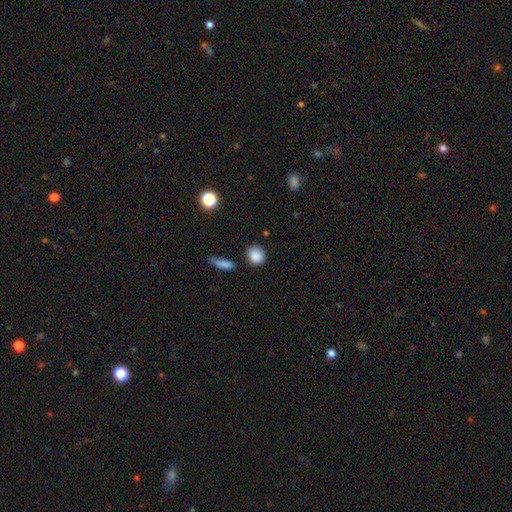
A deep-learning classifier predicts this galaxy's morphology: smooth_or_featured: smooth (p=0.87) [alt: star or artifact p=0.09]
how_rounded: round (p=0.81) [alt: in between p=0.16]
merging: none (p=0.81) [alt: minor disturbance p=0.11]